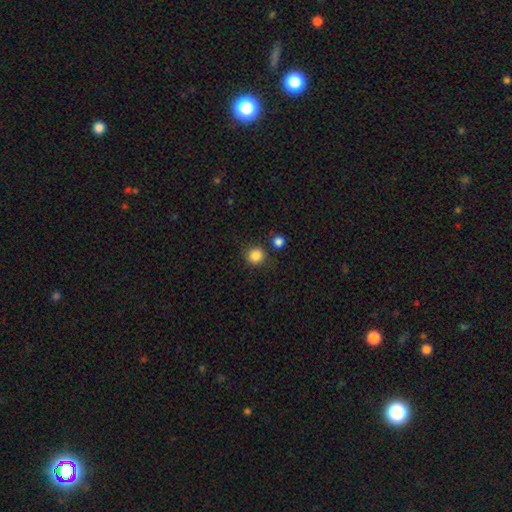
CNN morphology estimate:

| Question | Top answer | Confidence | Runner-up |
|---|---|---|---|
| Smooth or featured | smooth | 86% | star or artifact (11%) |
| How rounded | round | 91% | in between (8%) |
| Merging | none | 81% | minor disturbance (9%) |